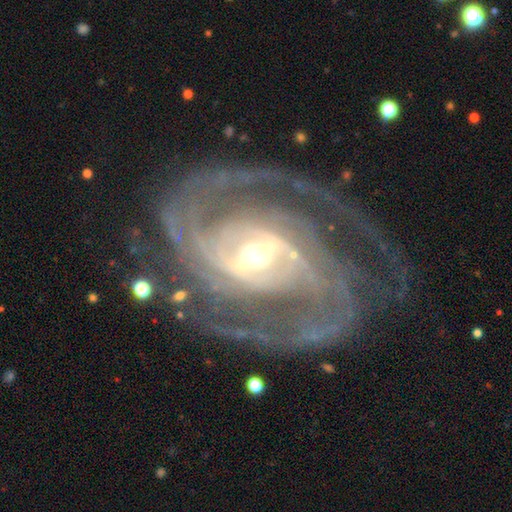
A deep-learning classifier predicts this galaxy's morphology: The model was most divided on "bulge size": moderate: 52%, small: 40%, large: 6%, dominant: 1%, none: 1%. Remaining: spiral arms — yes (96%); edge-on disk — no (96%); smooth or featured — featured or disk (92%); merging — none (70%); bar — strong (58%); spiral winding — tight (51%); spiral arm count — 2 (38%).